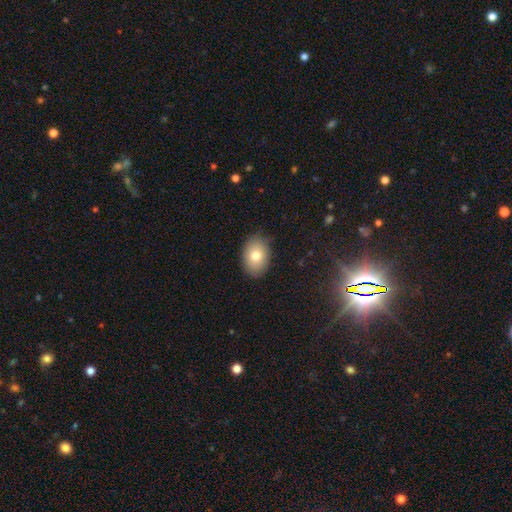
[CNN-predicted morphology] The model was most divided on "how rounded": in between: 80%, round: 19%, cigar-shaped: 1%. More confident: merging — none (86%); smooth or featured — smooth (79%).